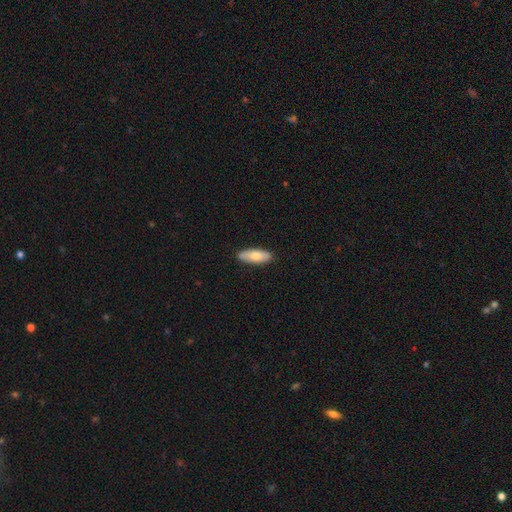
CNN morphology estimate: smooth-or-featured: smooth: 75% | featured or disk: 20% | star or artifact: 5%
  how-rounded: in between: 66% | cigar-shaped: 32% | round: 2%
  merging: none: 88% | minor disturbance: 9% | major disturbance: 2% | merger: 1%